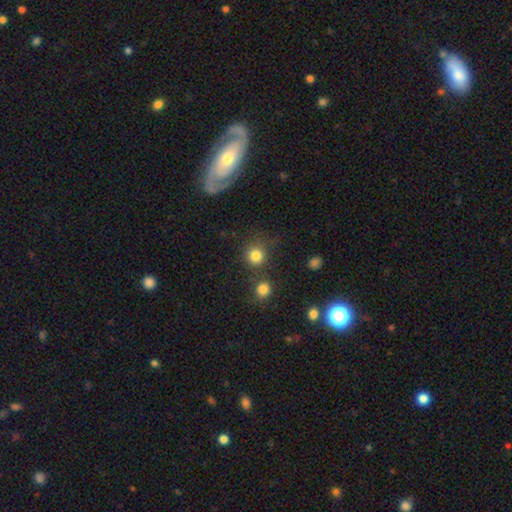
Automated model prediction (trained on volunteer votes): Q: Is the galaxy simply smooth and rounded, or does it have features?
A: smooth — 82%.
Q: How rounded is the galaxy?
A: round — 90%.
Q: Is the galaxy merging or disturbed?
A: none — 71%.